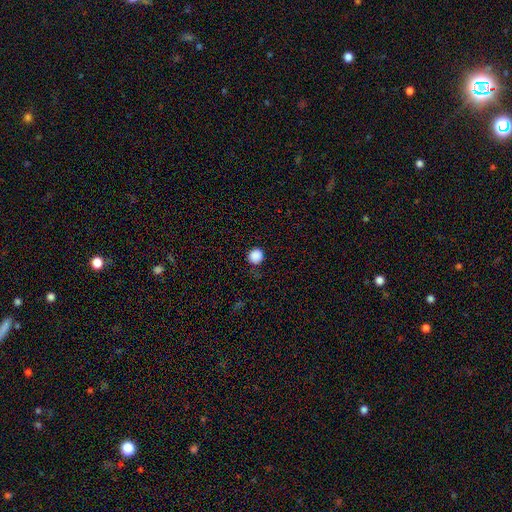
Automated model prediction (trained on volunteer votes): A smooth galaxy with no disk features (87%) that is round (94%).

Vote fractions:
- Smooth or featured? smooth: 87% / star or artifact: 11% / featured or disk: 2%
- How rounded? round: 94% / in between: 5% / cigar-shaped: 1%
- Merging? none: 86% / minor disturbance: 9% / major disturbance: 3% / merger: 1%